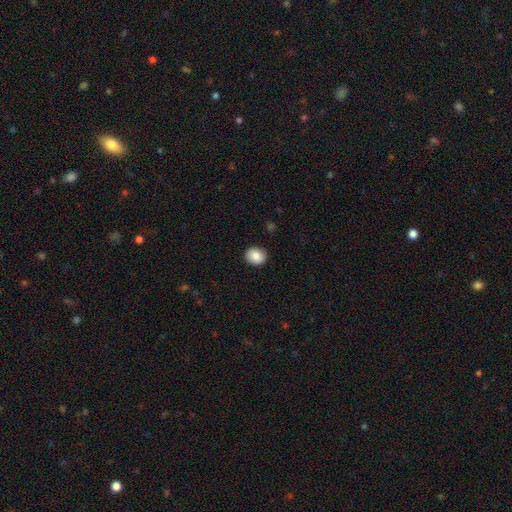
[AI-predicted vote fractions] This appears to be a smooth galaxy with no disk features (87%) that is round (69%). Merging: none (89%).